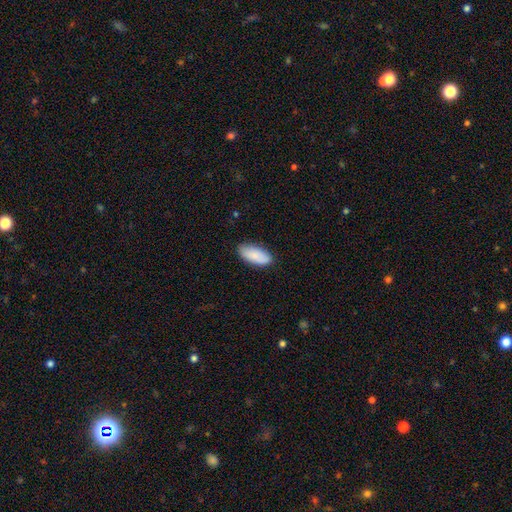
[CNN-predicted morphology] smooth-or-featured: smooth: 86% | featured or disk: 8% | star or artifact: 6%
  how-rounded: in between: 91% | cigar-shaped: 7% | round: 2%
  merging: none: 83% | minor disturbance: 14% | major disturbance: 2% | merger: 1%